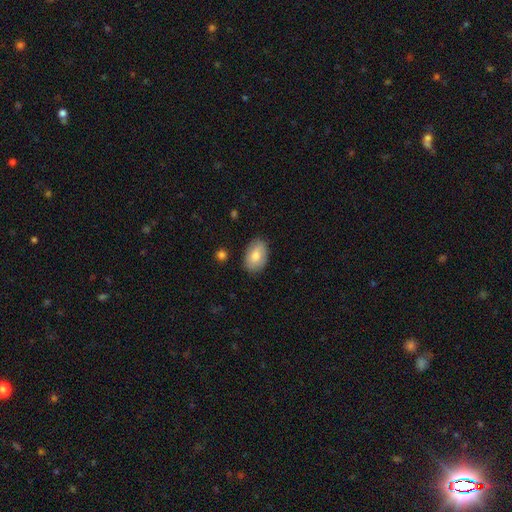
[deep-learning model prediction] The model was most divided on "smooth or featured": smooth: 78%, featured or disk: 16%, star or artifact: 6%. More confident: how rounded — in between (88%); merging — none (82%).